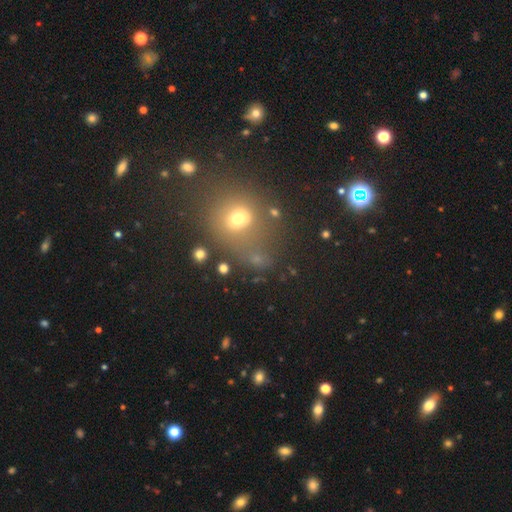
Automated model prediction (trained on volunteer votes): Smooth or featured? Predicted: smooth (p=0.52). How rounded? Predicted: round (p=0.69). Merging? Predicted: none (p=0.58).